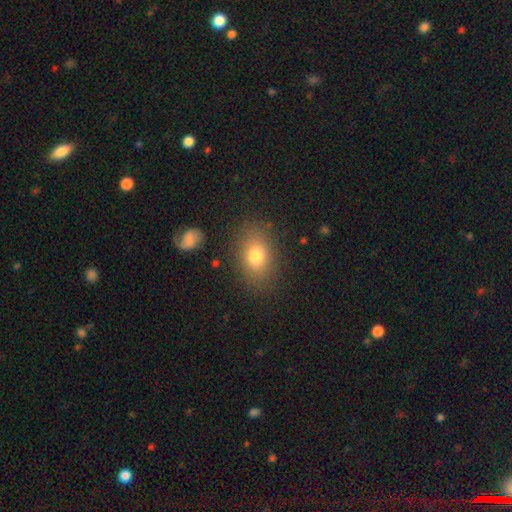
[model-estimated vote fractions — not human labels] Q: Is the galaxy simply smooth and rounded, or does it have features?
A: smooth — 77%.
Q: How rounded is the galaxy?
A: in between — 78%.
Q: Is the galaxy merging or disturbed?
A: none — 82%.